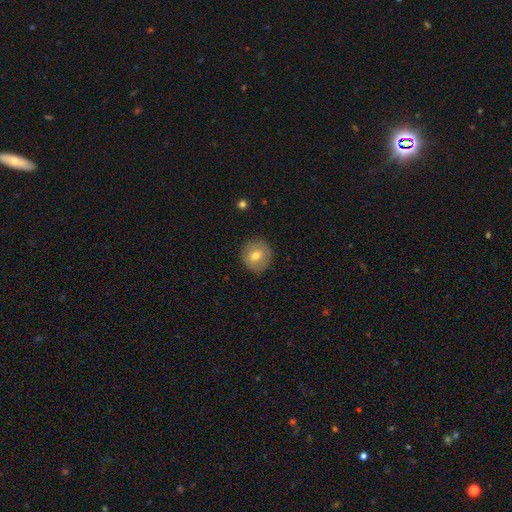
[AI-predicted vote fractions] Overall: smooth (69%). How rounded: round (86%). Merging: none (87%).